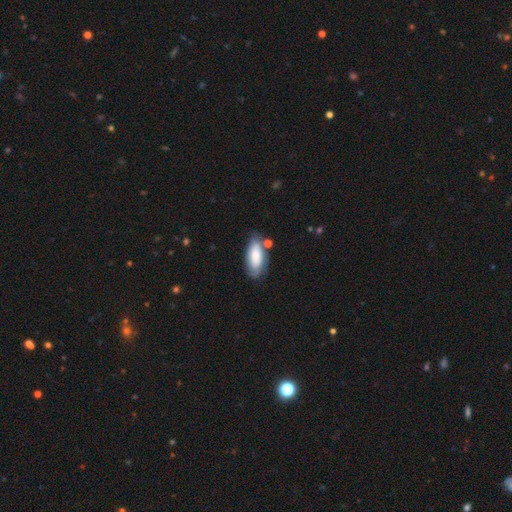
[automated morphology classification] Overall: smooth (68%). How rounded: in between (86%). Merging: none (64%).